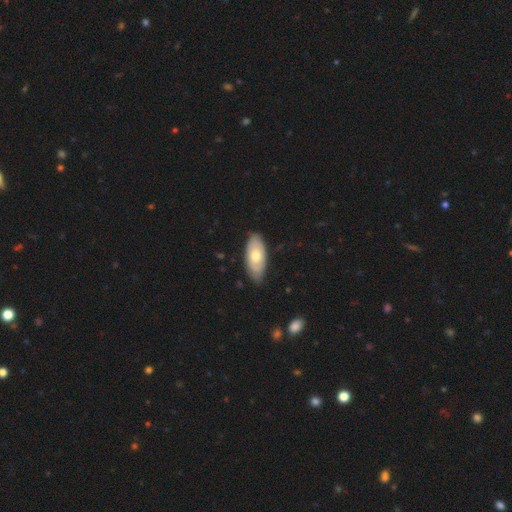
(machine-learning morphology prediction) The model was most divided on "smooth or featured": smooth: 57%, featured or disk: 38%, star or artifact: 5%. More confident: how rounded — in between (90%); merging — none (77%).